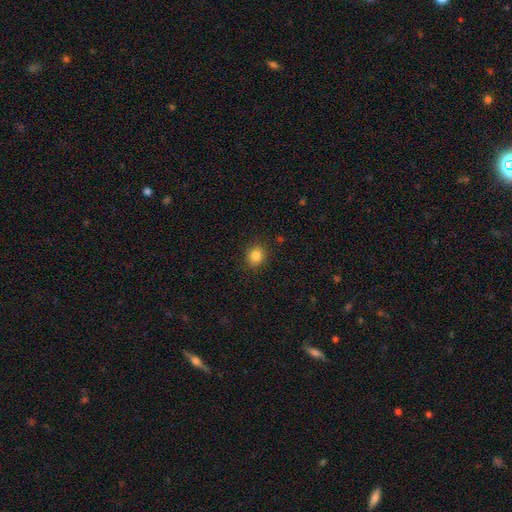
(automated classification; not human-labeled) A smooth galaxy with no disk features (85%) that is round (78%).

Vote fractions:
- Smooth or featured? smooth: 85% / star or artifact: 11% / featured or disk: 4%
- How rounded? round: 78% / in between: 21% / cigar-shaped: 1%
- Merging? none: 88% / minor disturbance: 8% / major disturbance: 3% / merger: 1%